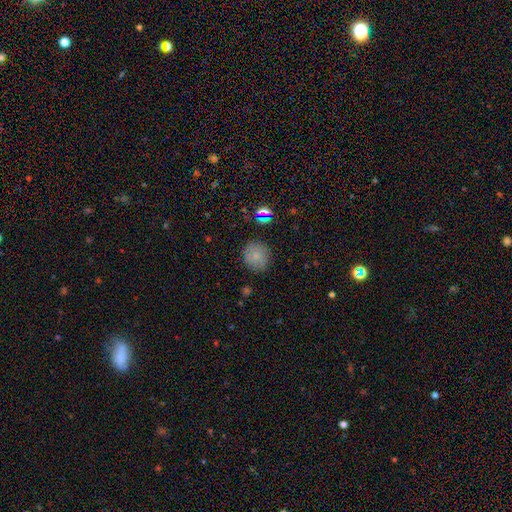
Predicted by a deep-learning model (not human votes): Overall: smooth (77%). How rounded: round (87%). Merging: none (84%).